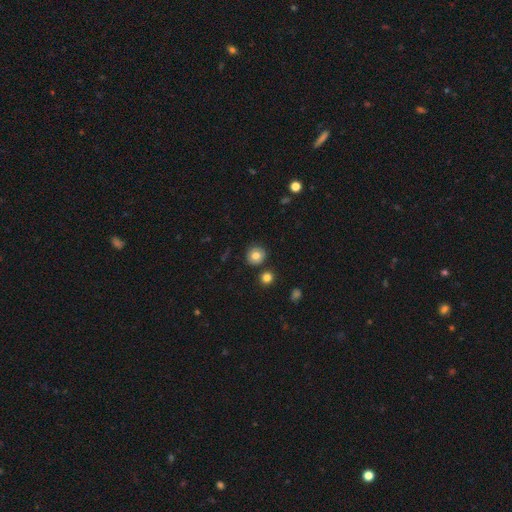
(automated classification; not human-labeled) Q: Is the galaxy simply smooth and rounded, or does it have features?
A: smooth — 77%.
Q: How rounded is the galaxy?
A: round — 89%.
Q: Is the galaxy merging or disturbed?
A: none — 85%.